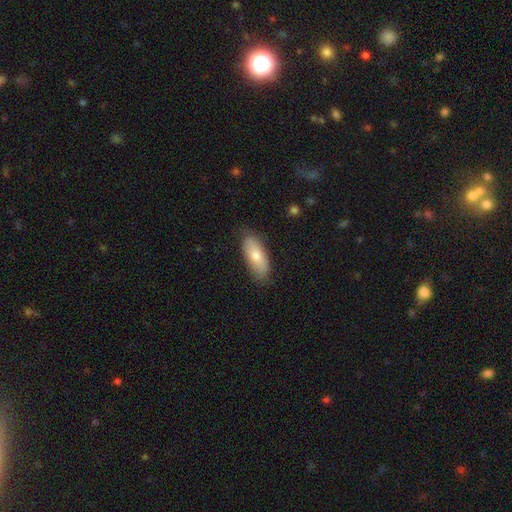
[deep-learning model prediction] smooth_or_featured: smooth (p=0.73) [alt: featured or disk p=0.21]
how_rounded: in between (p=0.76) [alt: cigar-shaped p=0.22]
merging: none (p=0.81) [alt: minor disturbance p=0.15]